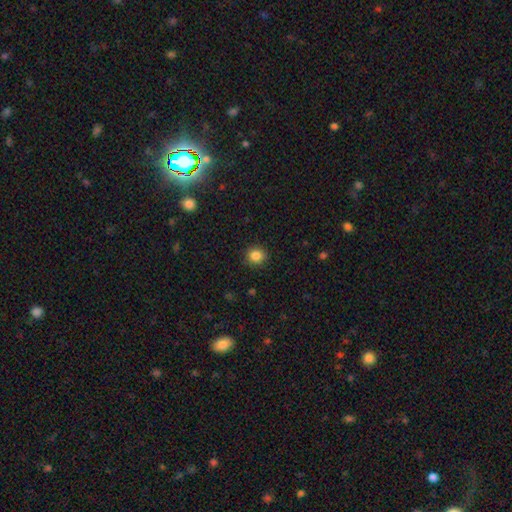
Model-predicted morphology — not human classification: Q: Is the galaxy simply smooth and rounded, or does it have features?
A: smooth — 85%.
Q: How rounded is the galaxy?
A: round — 87%.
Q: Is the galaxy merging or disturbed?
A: none — 90%.